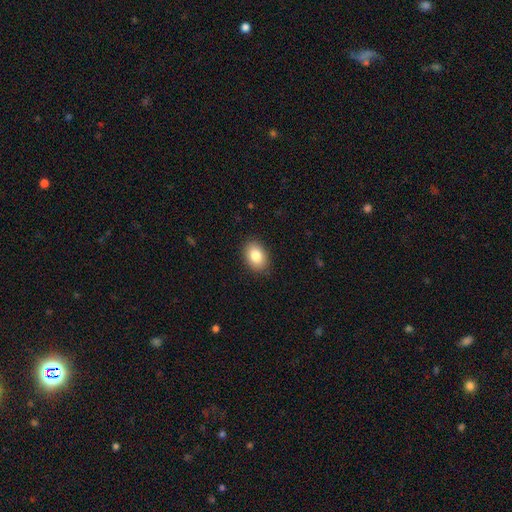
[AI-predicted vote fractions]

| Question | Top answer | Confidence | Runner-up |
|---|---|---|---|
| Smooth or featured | smooth | 84% | featured or disk (8%) |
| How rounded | in between | 81% | round (18%) |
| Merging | none | 88% | minor disturbance (9%) |